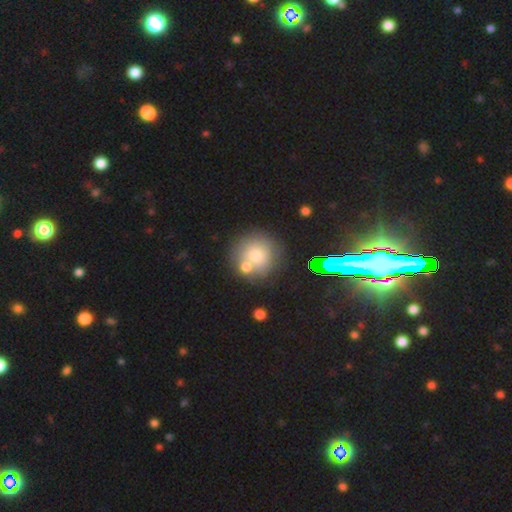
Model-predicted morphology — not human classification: Smooth or featured? Predicted: smooth (p=0.68). How rounded? Predicted: round (p=0.93). Merging? Predicted: none (p=0.63).